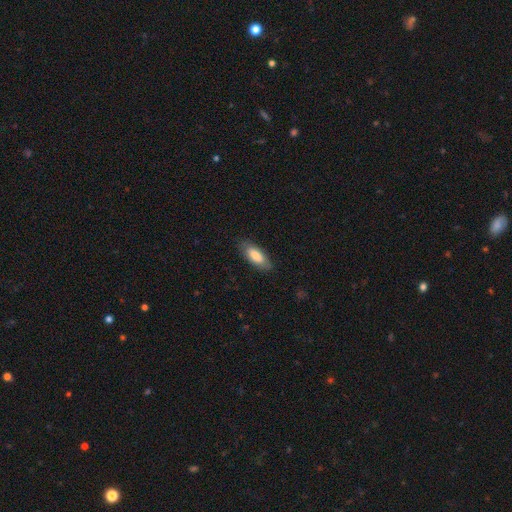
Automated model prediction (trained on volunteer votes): smooth 80%, featured or disk 14%, star or artifact 6%. Down the decision tree: how rounded — in between (79%); merging — none (83%).